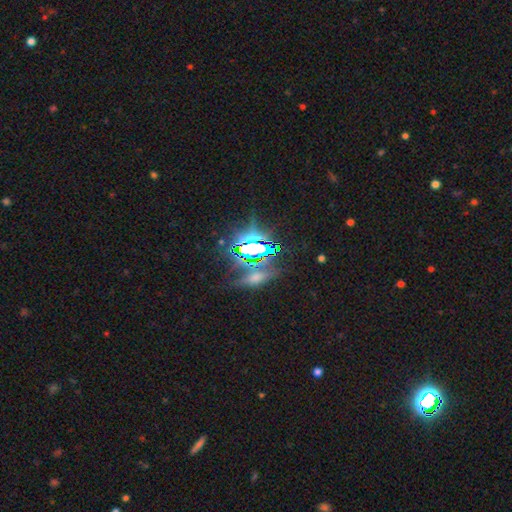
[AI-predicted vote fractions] A star or artifact, not a galaxy (75%).

Vote fractions:
- Smooth or featured? star or artifact: 75% / smooth: 14% / featured or disk: 12%